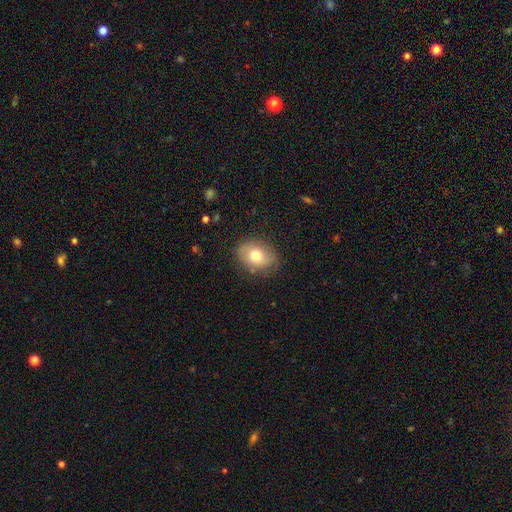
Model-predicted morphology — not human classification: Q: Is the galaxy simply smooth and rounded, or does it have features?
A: smooth — 71%.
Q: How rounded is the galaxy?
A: in between — 66%.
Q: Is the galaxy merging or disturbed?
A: none — 77%.